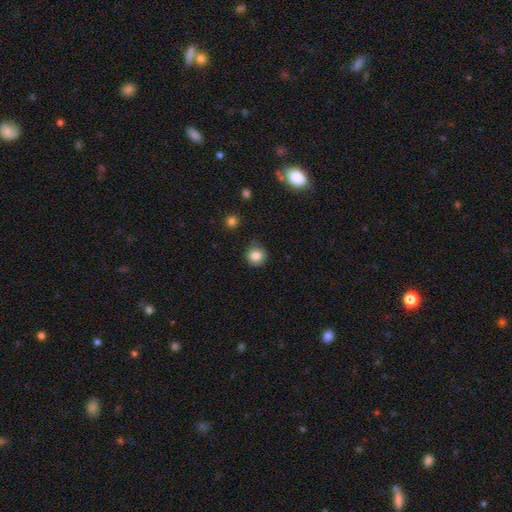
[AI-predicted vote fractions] The model was most divided on "smooth or featured": smooth: 83%, star or artifact: 10%, featured or disk: 6%. More confident: how rounded — round (91%); merging — none (85%).